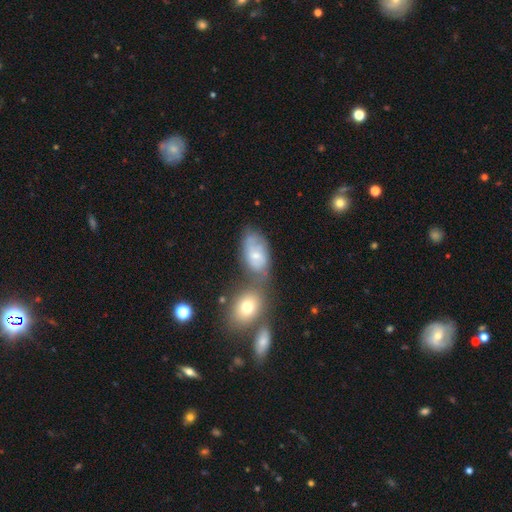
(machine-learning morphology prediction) A featured or disk galaxy (46%).

Vote fractions:
- Smooth or featured? featured or disk: 46% / smooth: 43% / star or artifact: 10%
- Merging? none: 39% / merger: 33% / minor disturbance: 19% / major disturbance: 9%